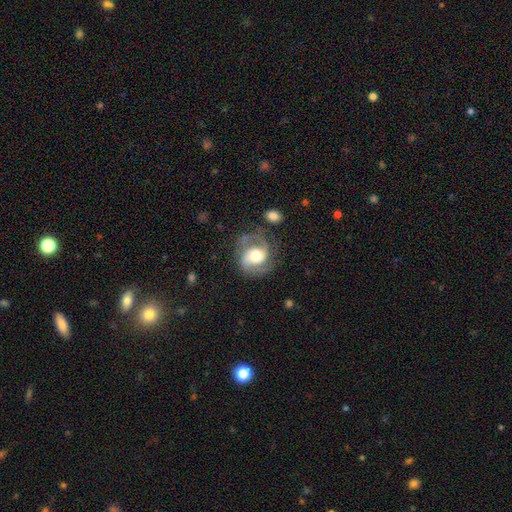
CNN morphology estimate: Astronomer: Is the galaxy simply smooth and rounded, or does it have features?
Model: featured or disk — 83%.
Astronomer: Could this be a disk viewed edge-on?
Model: no — 98%.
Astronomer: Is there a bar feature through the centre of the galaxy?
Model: no — 53% (runner-up: weak, 35%).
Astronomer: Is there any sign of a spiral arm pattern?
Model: yes — 95%.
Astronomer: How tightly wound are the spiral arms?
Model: medium — 54% (runner-up: tight, 29%).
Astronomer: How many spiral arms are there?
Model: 2 — 86%.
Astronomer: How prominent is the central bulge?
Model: moderate — 58%.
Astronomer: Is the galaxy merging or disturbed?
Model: none — 69%.